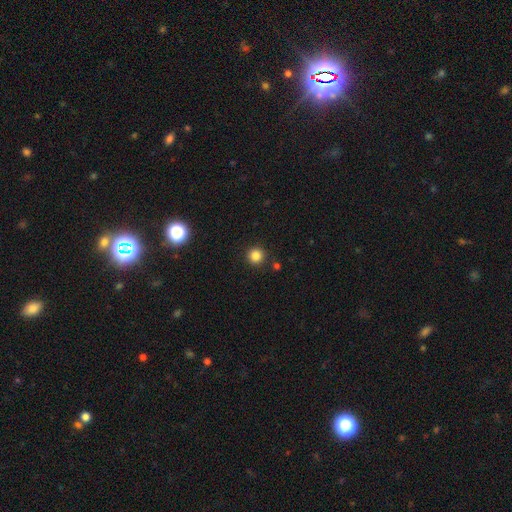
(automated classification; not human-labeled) Smooth or featured? smooth (83%)
How rounded? round (95%)
Merging? none (91%)